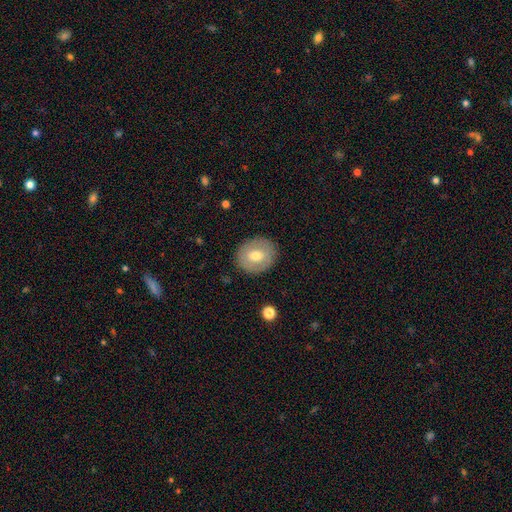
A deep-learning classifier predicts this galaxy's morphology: smooth 60%, featured or disk 33%, star or artifact 7%. Down the decision tree: how rounded — round (73%); merging — none (87%).